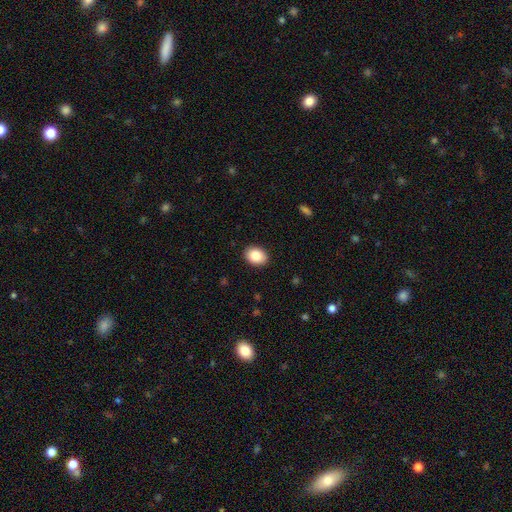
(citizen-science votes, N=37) smooth_or_featured: smooth (p=0.78) [alt: featured or disk p=0.14]
how_rounded: in between (p=0.79) [alt: round p=0.21]
merging: none (p=0.94) [alt: minor disturbance p=0.06]